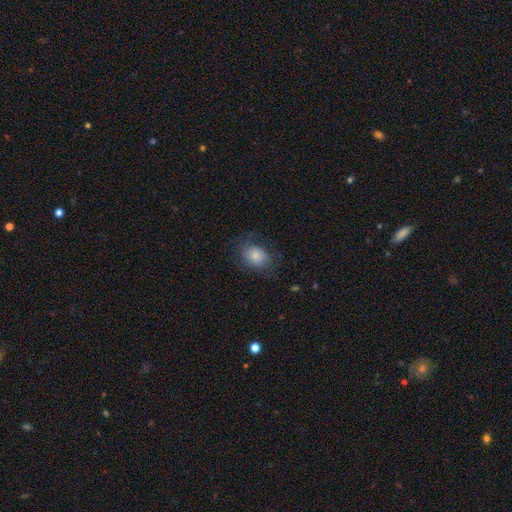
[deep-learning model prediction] A smooth galaxy with no disk features (79%) that is in between round and cigar-shaped (61%).

Vote fractions:
- Smooth or featured? smooth: 79% / featured or disk: 12% / star or artifact: 8%
- How rounded? in between: 61% / round: 38% / cigar-shaped: 1%
- Merging? none: 66% / minor disturbance: 21% / major disturbance: 12% / merger: 1%